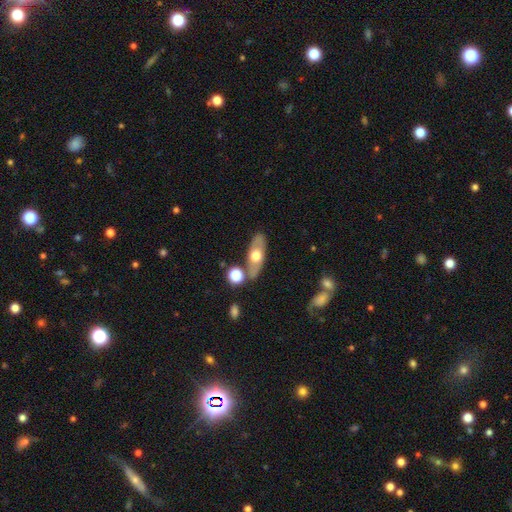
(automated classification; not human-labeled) A smooth galaxy with no disk features (47%). Merging: none (75%).